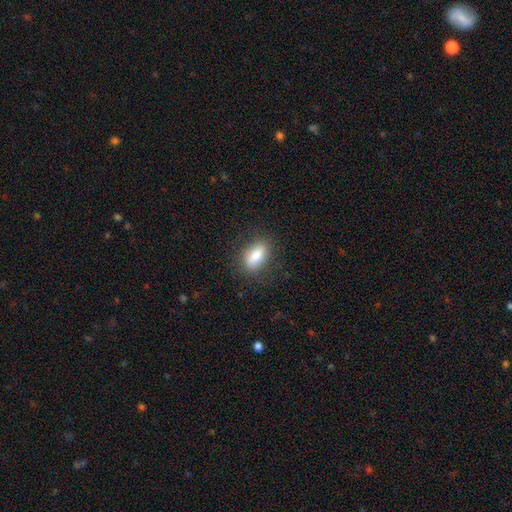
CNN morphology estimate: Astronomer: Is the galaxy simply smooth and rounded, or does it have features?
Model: smooth — 83%.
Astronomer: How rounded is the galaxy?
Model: in between — 85%.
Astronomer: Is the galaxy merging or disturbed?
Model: none — 84%.